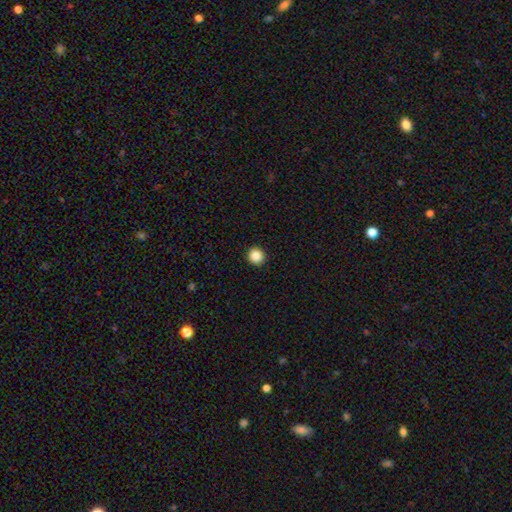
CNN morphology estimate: smooth_or_featured: smooth (p=0.87) [alt: star or artifact p=0.10]
how_rounded: round (p=0.95) [alt: in between p=0.04]
merging: none (p=0.94) [alt: minor disturbance p=0.04]